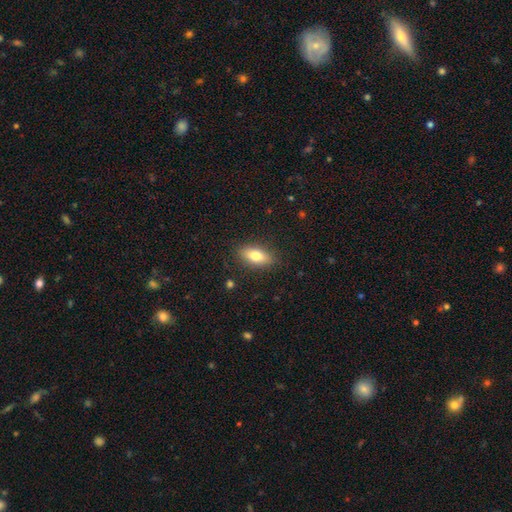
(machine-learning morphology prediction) smooth 75%, featured or disk 17%, star or artifact 8%. Down the decision tree: how rounded — in between (82%); merging — none (86%).